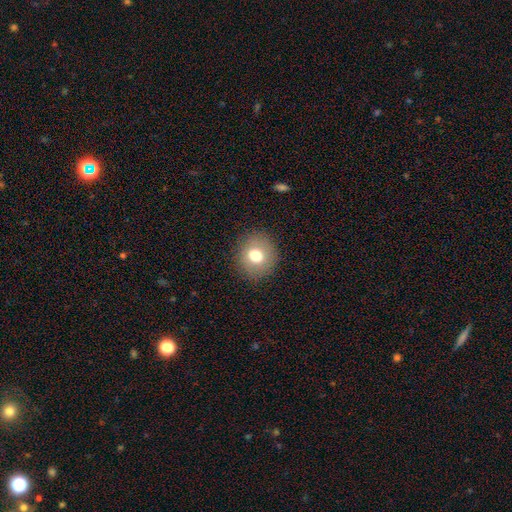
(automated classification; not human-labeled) smooth 74%, featured or disk 15%, star or artifact 11%. Down the decision tree: how rounded — round (78%); merging — none (88%).